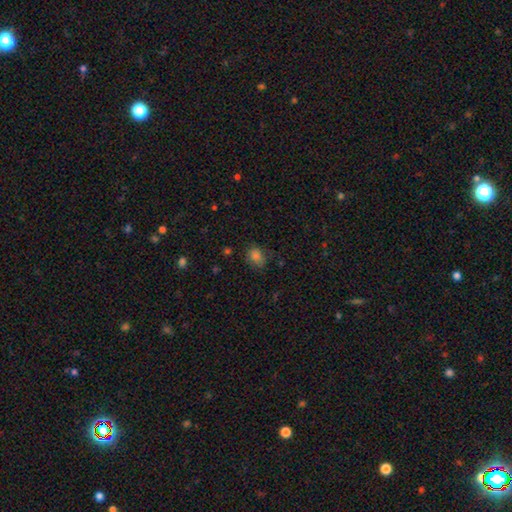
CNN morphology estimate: Smooth or featured? smooth (80%)
How rounded? in between (50%)
Merging? none (71%)